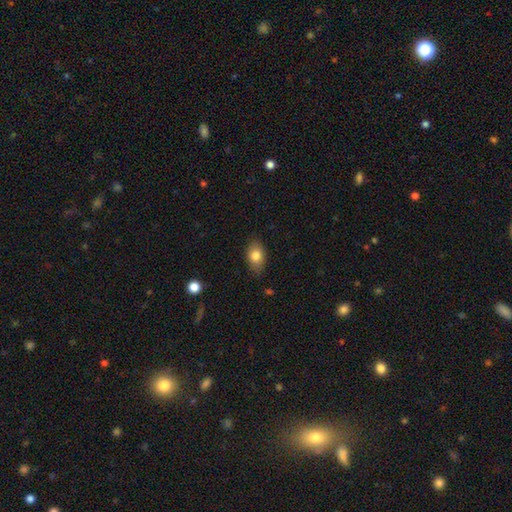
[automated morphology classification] smooth_or_featured: smooth (p=0.81) [alt: featured or disk p=0.11]
how_rounded: in between (p=0.83) [alt: round p=0.15]
merging: none (p=0.78) [alt: minor disturbance p=0.17]